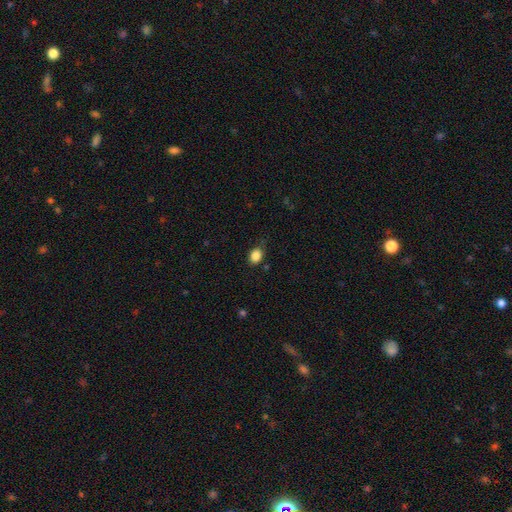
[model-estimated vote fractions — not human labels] smooth_or_featured: smooth (p=0.86) [alt: star or artifact p=0.10]
how_rounded: in between (p=0.62) [alt: round p=0.37]
merging: none (p=0.74) [alt: minor disturbance p=0.20]